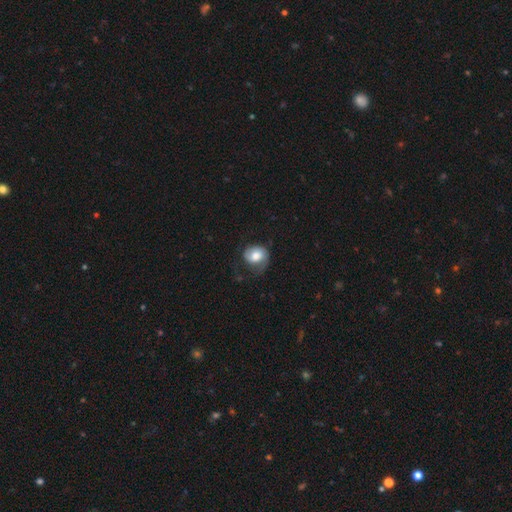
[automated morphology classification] A smooth galaxy with no disk features (65%) that is round (61%). Merging: none (42%).